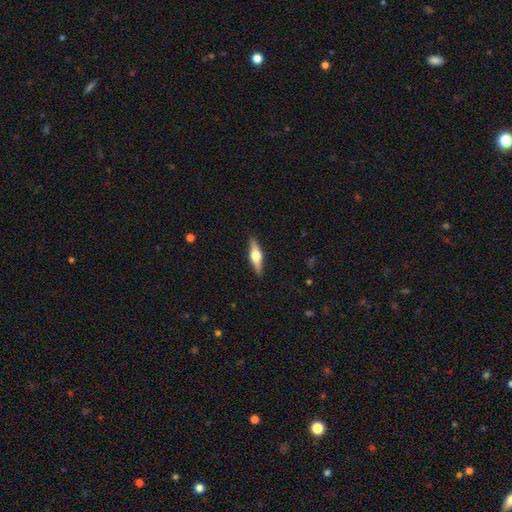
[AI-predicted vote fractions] A featured or disk galaxy (62%) viewed edge-on (96%) with a rounded central bulge (95%).

Vote fractions:
- Smooth or featured? featured or disk: 62% / smooth: 33% / star or artifact: 6%
- Edge-on disk? yes: 96% / no: 4%
- Edge-on bulge? rounded: 95% / boxy: 4% / none: 2%
- Merging? none: 90% / minor disturbance: 7% / major disturbance: 2% / merger: 1%